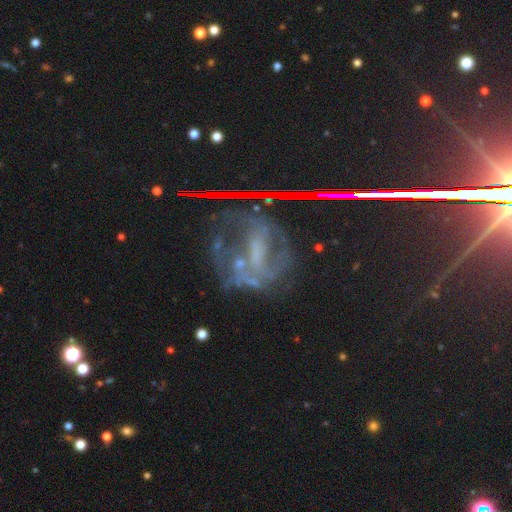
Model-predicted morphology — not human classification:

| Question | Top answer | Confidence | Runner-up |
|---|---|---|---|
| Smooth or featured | featured or disk | 58% | star or artifact (31%) |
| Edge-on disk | no | 92% | yes (8%) |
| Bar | no | 37% | weak (32%) |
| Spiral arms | yes | 63% | no (37%) |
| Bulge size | none | 44% | small (36%) |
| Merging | none | 49% | major disturbance (29%) |